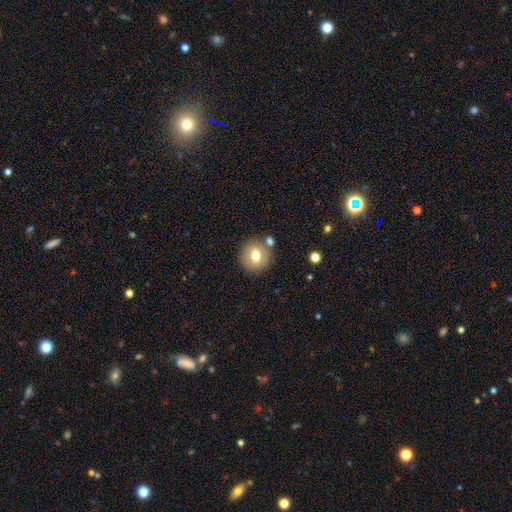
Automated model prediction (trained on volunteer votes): This appears to be a smooth galaxy with no disk features (70%) that is round (82%). Merging: none (78%).